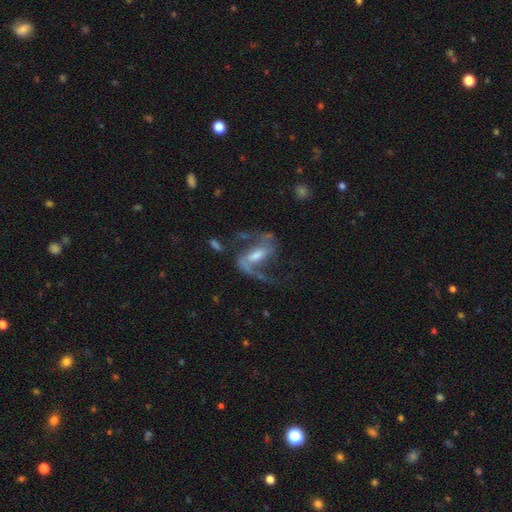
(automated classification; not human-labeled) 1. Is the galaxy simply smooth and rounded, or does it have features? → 88% featured or disk, 7% smooth, 6% star or artifact.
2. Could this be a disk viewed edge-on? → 96% no, 4% yes.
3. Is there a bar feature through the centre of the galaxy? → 42% strong (tied), 42% weak (tied), 17% no.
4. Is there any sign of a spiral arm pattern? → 96% yes, 4% no.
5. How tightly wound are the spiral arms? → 47% loose, 45% medium, 9% tight.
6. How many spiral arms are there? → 89% 2, 5% 1, 2% can't tell, 1% 3, 1% 4, 1% more than 4.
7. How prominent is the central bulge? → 50% moderate, 27% small, 14% large, 7% none, 2% dominant.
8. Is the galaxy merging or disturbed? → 59% none, 22% major disturbance, 16% minor disturbance, 4% merger.